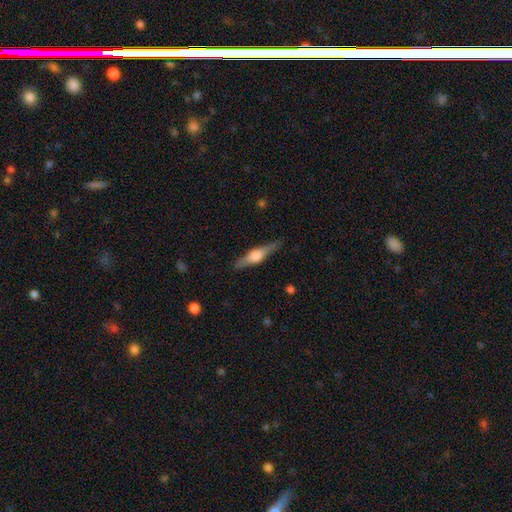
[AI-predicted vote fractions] Morphology: type=featured or disk (70%); edge-on=yes (97%); edge-on bulge=rounded (88%); merging=none (87%).